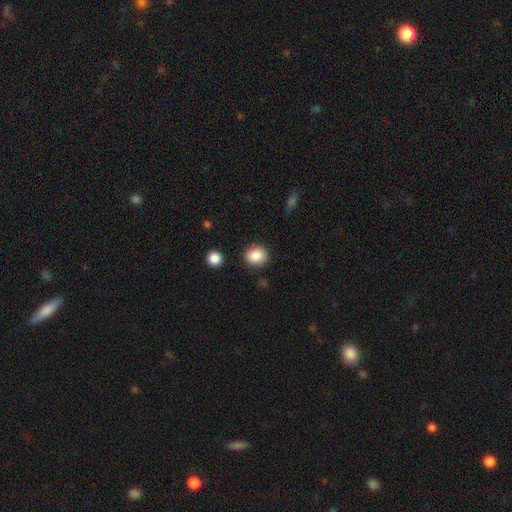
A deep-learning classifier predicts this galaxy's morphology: smooth 87%, star or artifact 9%, featured or disk 4%. Down the decision tree: how rounded — round (76%); merging — none (86%).